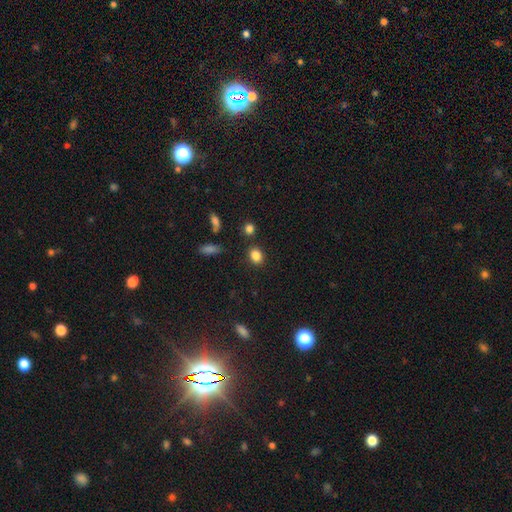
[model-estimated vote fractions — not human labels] This is clearly a smooth galaxy (84%). How rounded: possibly in between (51%). Merging: clearly none (83%).